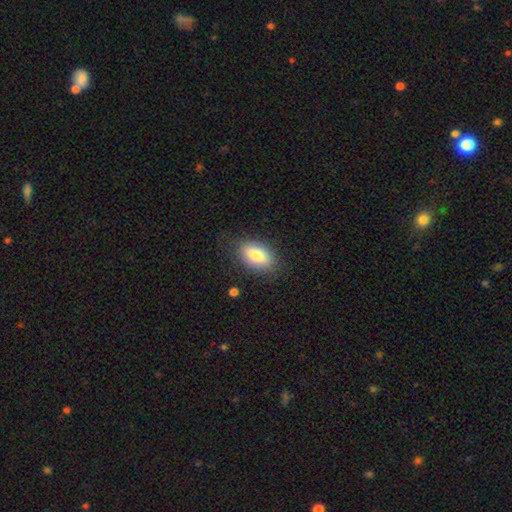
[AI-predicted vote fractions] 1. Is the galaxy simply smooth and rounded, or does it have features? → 78% smooth, 14% featured or disk, 7% star or artifact.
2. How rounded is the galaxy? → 88% in between, 7% round, 5% cigar-shaped.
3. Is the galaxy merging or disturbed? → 80% none, 14% minor disturbance, 4% major disturbance, 1% merger.